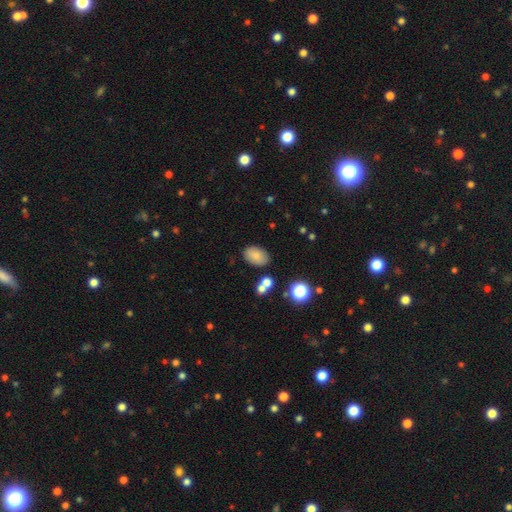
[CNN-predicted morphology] This is clearly a smooth galaxy (81%). How rounded: clearly in between (88%). Merging: clearly none (81%).